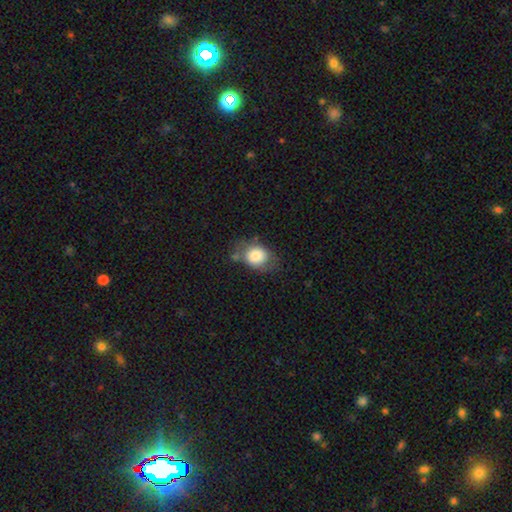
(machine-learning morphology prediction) smooth_or_featured: smooth (p=0.77) [alt: featured or disk p=0.15]
how_rounded: in between (p=0.58) [alt: round p=0.41]
merging: none (p=0.58) [alt: minor disturbance p=0.24]